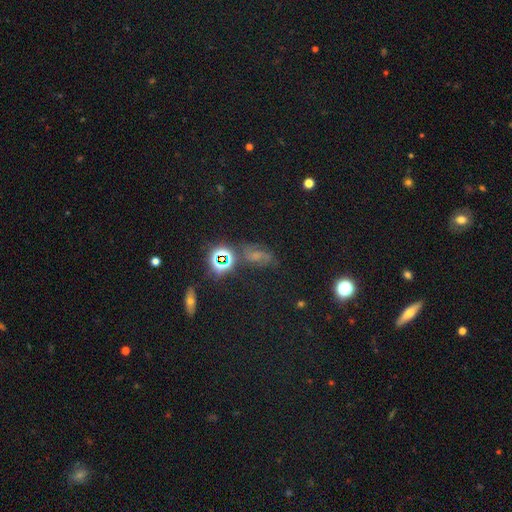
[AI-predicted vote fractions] Smooth or featured? Predicted: star or artifact (p=0.43).